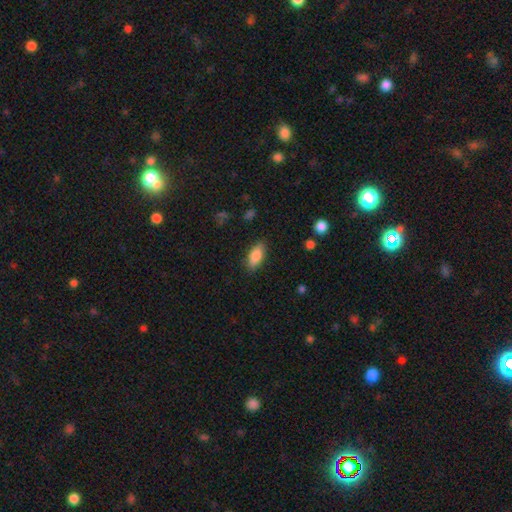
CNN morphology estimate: This appears to be a smooth galaxy with no disk features (85%) that is in between round and cigar-shaped (85%). Merging: none (85%).